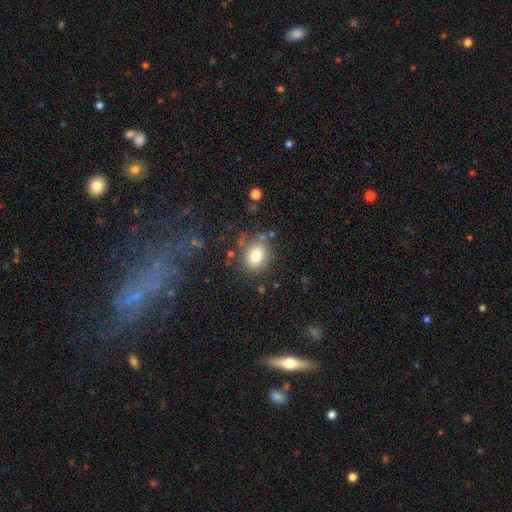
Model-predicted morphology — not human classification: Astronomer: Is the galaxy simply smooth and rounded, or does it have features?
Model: smooth — 79%.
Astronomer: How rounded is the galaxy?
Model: round — 56% (runner-up: in between, 43%).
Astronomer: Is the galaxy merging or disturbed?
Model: none — 76%.